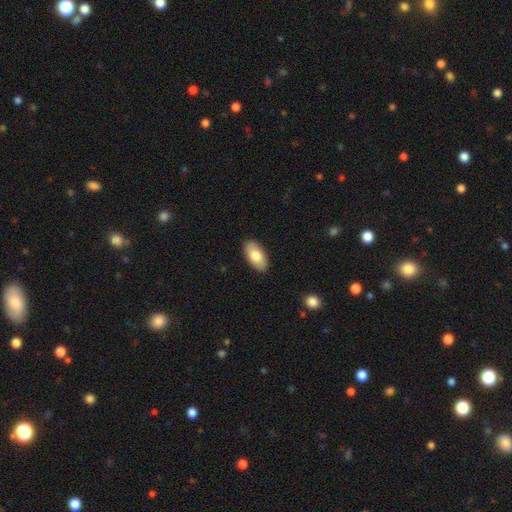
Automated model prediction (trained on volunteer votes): Q: Smooth or featured?
A: smooth (78%); runner-up: featured or disk (16%)
Q: How rounded?
A: in between (93%); runner-up: cigar-shaped (5%)
Q: Merging?
A: none (88%); runner-up: minor disturbance (9%)